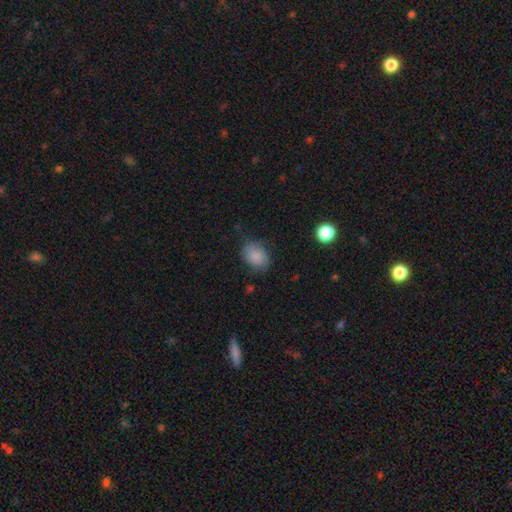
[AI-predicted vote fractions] Smooth or featured?
  - smooth: 84% *
  - featured or disk: 8%
  - star or artifact: 8%
How rounded?
  - in between: 64% *
  - round: 35%
  - cigar-shaped: 1%
Merging?
  - none: 72% *
  - minor disturbance: 21%
  - major disturbance: 6%
  - merger: 1%